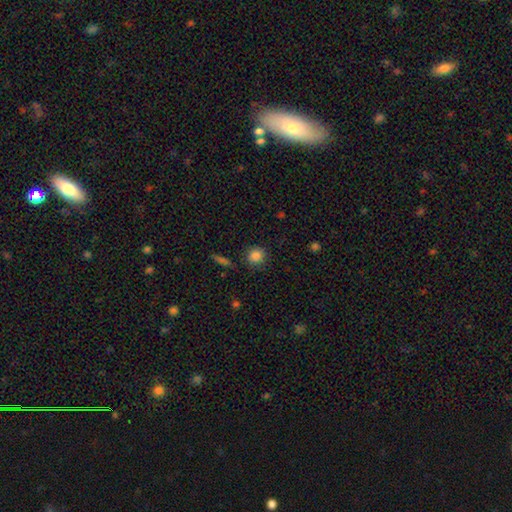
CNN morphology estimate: This is clearly a smooth galaxy (85%). How rounded: clearly round (86%). Merging: clearly none (83%).